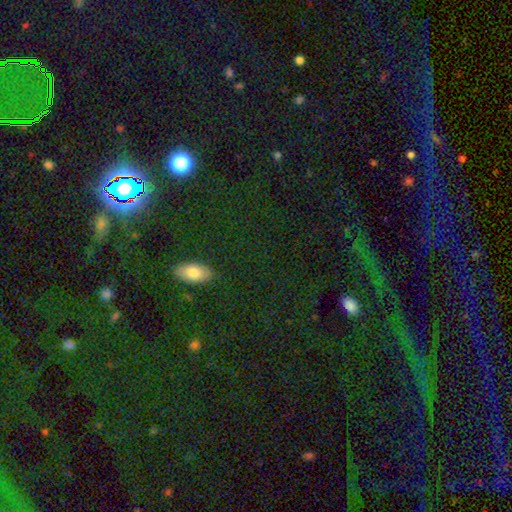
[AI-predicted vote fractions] Smooth or featured? Predicted: smooth (p=0.45). Merging? Predicted: none (p=0.86).